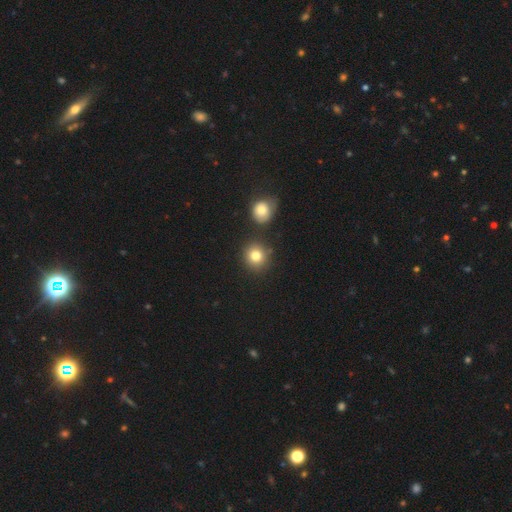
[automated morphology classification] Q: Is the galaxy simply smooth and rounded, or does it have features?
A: smooth — 80%.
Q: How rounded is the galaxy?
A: round — 88%.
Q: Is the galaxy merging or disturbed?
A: none — 80%.